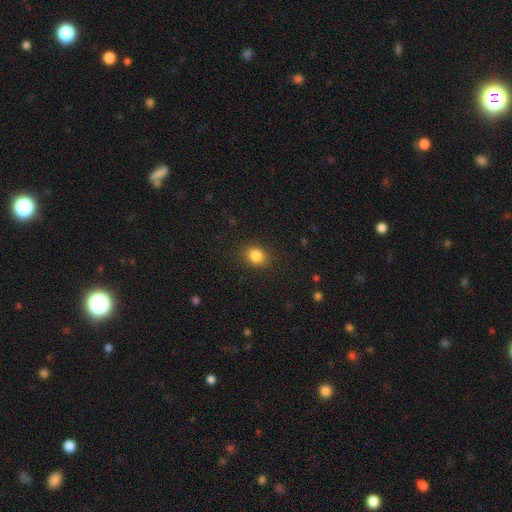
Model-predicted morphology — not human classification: Smooth or featured? Predicted: smooth (p=0.84). How rounded? Predicted: round (p=0.57). Merging? Predicted: none (p=0.88).